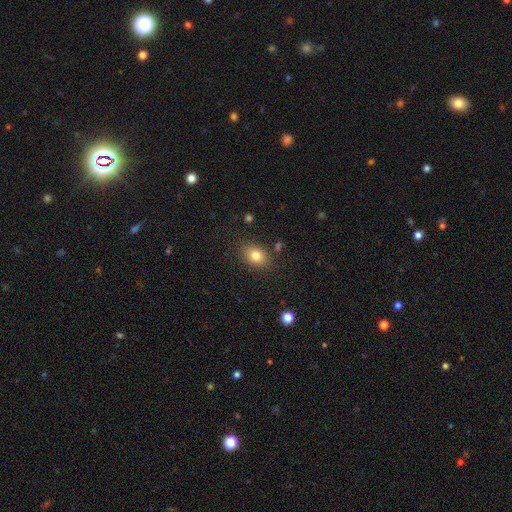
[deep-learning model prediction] Morphology: type=smooth (80%); roundness=in between (64%); merging=none (83%).